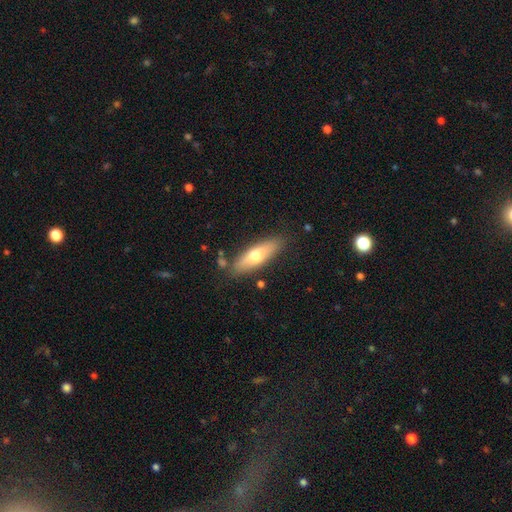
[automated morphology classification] The model was most divided on "how rounded": cigar-shaped: 53%, in between: 45%, round: 2%. More confident: merging — none (82%); smooth or featured — smooth (61%).